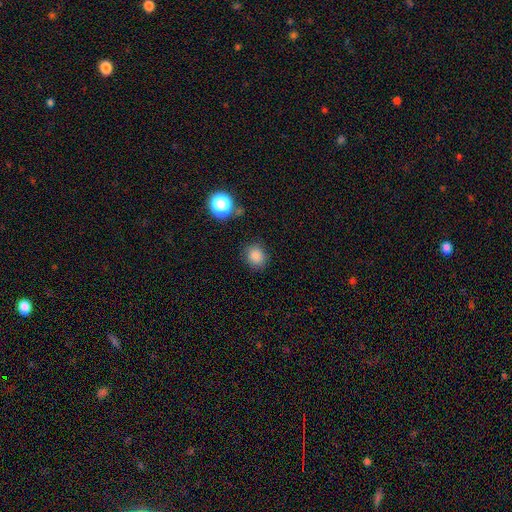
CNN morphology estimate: Overall: smooth (84%). How rounded: round (78%). Merging: none (84%).